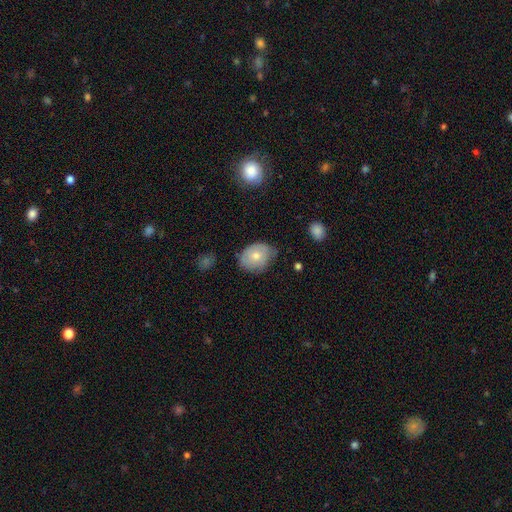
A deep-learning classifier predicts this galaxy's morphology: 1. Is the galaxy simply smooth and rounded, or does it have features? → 70% smooth, 22% featured or disk, 8% star or artifact.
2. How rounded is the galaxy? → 54% in between, 45% round, 1% cigar-shaped.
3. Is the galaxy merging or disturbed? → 57% none, 34% minor disturbance, 7% major disturbance, 2% merger.